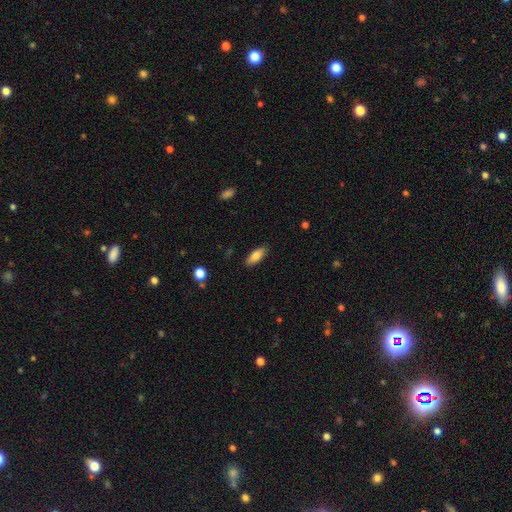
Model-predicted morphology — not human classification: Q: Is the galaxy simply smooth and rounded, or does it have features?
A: smooth — 81%.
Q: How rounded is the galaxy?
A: in between — 80%.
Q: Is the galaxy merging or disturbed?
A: none — 87%.